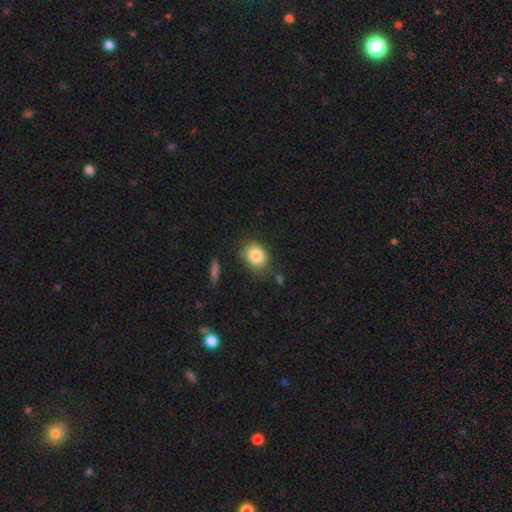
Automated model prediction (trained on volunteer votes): Smooth or featured? smooth (84%)
How rounded? in between (54%)
Merging? none (75%)